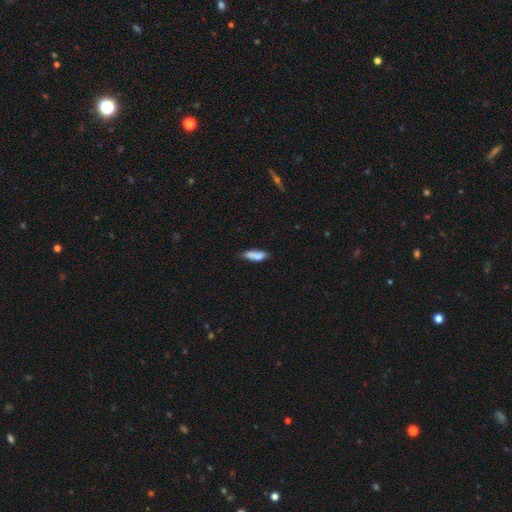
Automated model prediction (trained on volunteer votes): Smooth or featured?
  - smooth: 84% *
  - featured or disk: 10%
  - star or artifact: 7%
How rounded?
  - cigar-shaped: 49% * (tied)
  - in between: 49% * (tied)
  - round: 2%
Merging?
  - none: 71% *
  - minor disturbance: 23%
  - major disturbance: 3%
  - merger: 3%